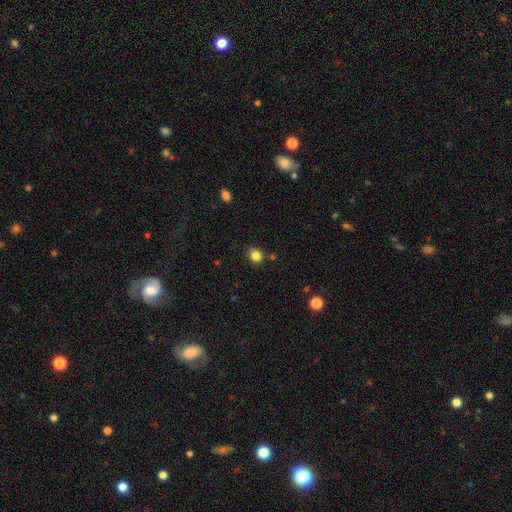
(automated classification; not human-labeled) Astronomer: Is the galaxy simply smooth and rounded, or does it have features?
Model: smooth — 83%.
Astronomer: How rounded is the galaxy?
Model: round — 70%.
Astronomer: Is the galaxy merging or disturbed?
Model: none — 79%.